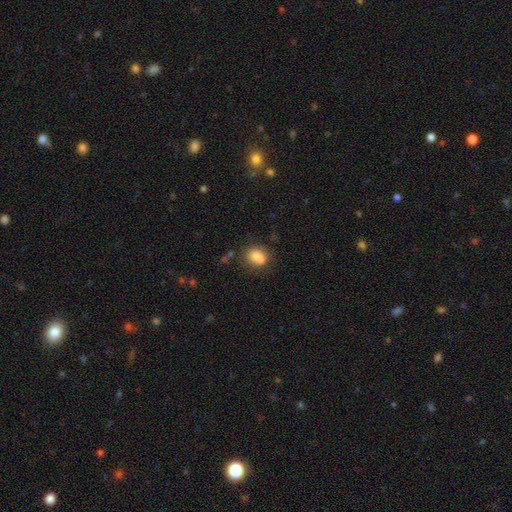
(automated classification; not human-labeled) smooth_or_featured: smooth (p=0.75) [alt: featured or disk p=0.14]
how_rounded: round (p=0.53) [alt: in between p=0.45]
merging: none (p=0.45) [alt: merger p=0.37]